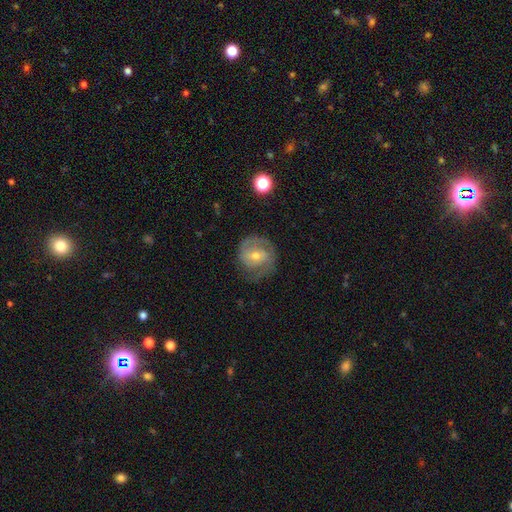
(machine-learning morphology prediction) Q: Smooth or featured?
A: featured or disk (74%); runner-up: smooth (19%)
Q: Edge-on disk?
A: no (97%); runner-up: yes (3%)
Q: Bar?
A: weak (45%); runner-up: no (40%)
Q: Spiral arms?
A: yes (91%); runner-up: no (9%)
Q: Spiral winding?
A: medium (44%); runner-up: tight (43%)
Q: Spiral arm count?
A: 2 (72%); runner-up: can't tell (13%)
Q: Bulge size?
A: moderate (52%); runner-up: small (44%)
Q: Merging?
A: none (70%); runner-up: minor disturbance (19%)